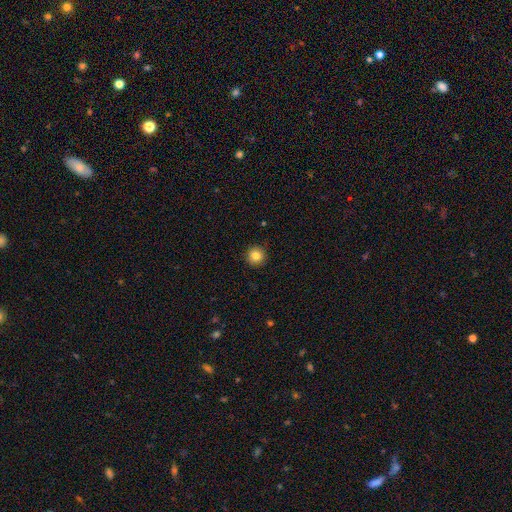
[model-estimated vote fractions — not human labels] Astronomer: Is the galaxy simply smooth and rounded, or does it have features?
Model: smooth — 84%.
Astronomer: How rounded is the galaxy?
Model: round — 95%.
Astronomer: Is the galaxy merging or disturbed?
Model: none — 92%.